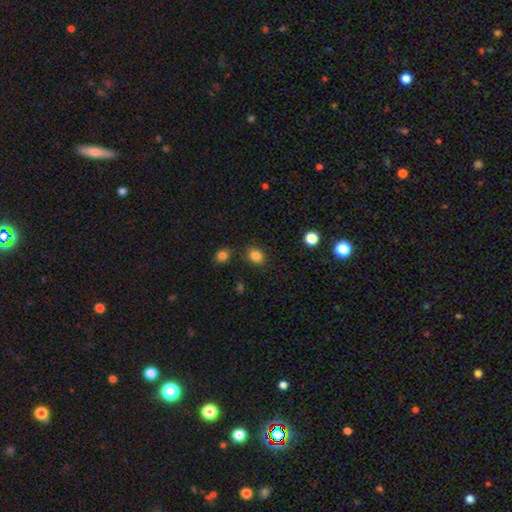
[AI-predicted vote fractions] Smooth or featured? Predicted: smooth (p=0.84). How rounded? Predicted: round (p=0.60). Merging? Predicted: none (p=0.83).